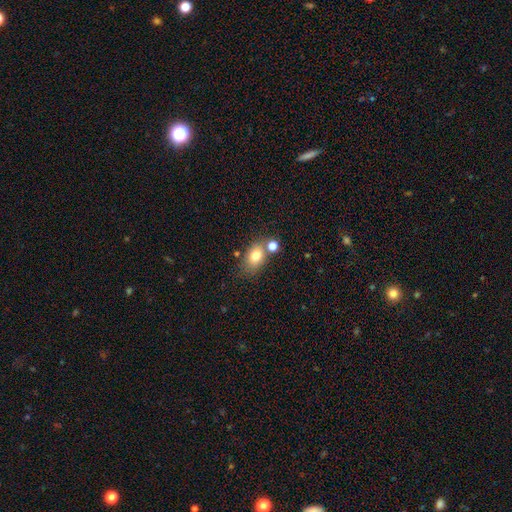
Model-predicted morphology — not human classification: This is likely a smooth galaxy (77%). How rounded: likely in between (75%). Merging: possibly none (59%).